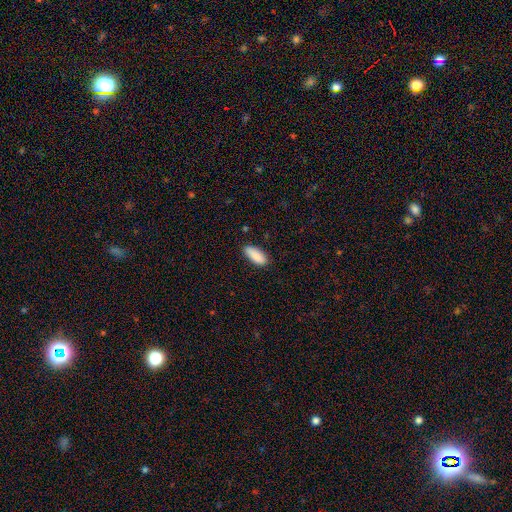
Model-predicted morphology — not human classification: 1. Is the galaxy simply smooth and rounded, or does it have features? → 89% smooth, 6% star or artifact, 4% featured or disk.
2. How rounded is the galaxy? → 78% in between, 20% cigar-shaped, 2% round.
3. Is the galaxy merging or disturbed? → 84% none, 13% minor disturbance, 2% major disturbance, 1% merger.